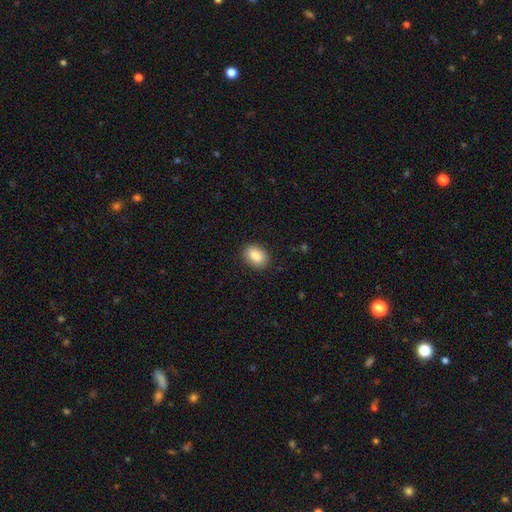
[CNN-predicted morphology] This appears to be a smooth galaxy with no disk features (88%) that is in between round and cigar-shaped (77%). Merging: none (88%).